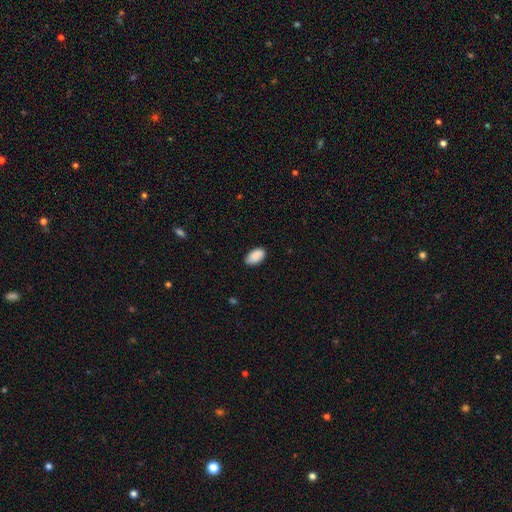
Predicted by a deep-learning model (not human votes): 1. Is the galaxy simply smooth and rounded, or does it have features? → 90% smooth, 6% star or artifact, 3% featured or disk.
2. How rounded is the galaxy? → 94% in between, 4% round, 1% cigar-shaped.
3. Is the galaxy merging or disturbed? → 84% none, 12% minor disturbance, 2% major disturbance, 1% merger.